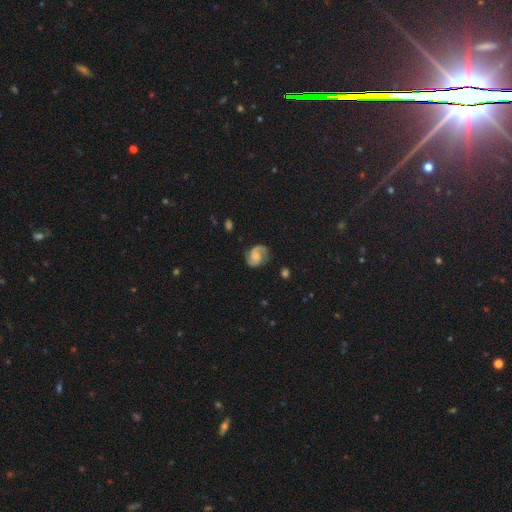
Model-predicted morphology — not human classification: smooth_or_featured: featured or disk (p=0.69) [alt: smooth p=0.23]
disk_edge_on: no (p=0.98) [alt: yes p=0.02]
bar: no (p=0.63) [alt: weak p=0.31]
has_spiral_arms: yes (p=0.94) [alt: no p=0.06]
spiral_winding: medium (p=0.46) [alt: tight p=0.31]
spiral_arm_count: 2 (p=0.73) [alt: 1 p=0.18]
bulge_size: small (p=0.34) [alt: none p=0.28]
merging: none (p=0.68) [alt: minor disturbance p=0.21]